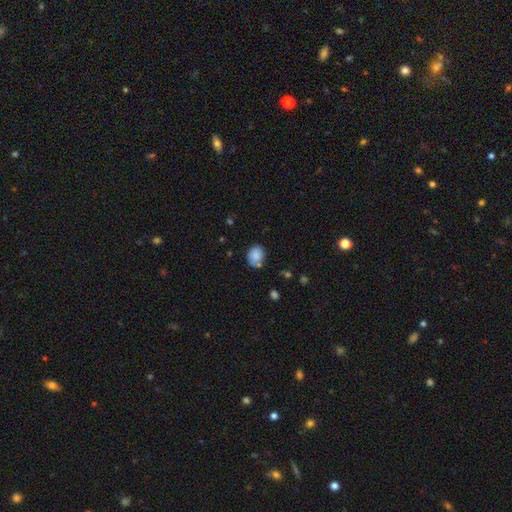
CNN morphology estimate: Smooth or featured? Predicted: smooth (p=0.84). How rounded? Predicted: round (p=0.59). Merging? Predicted: none (p=0.66).